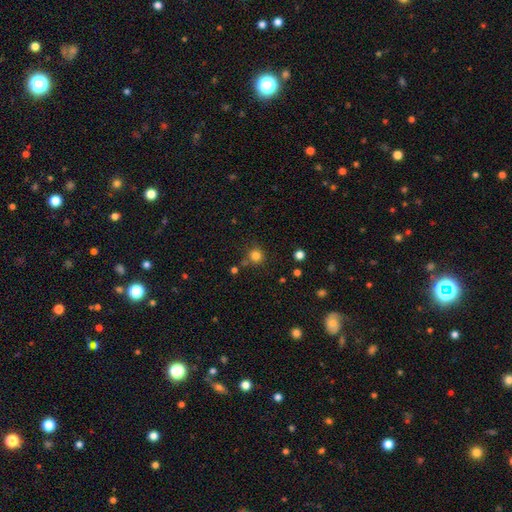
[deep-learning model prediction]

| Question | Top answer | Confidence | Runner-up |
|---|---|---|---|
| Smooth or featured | smooth | 81% | star or artifact (14%) |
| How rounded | round | 93% | in between (6%) |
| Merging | none | 78% | minor disturbance (10%) |